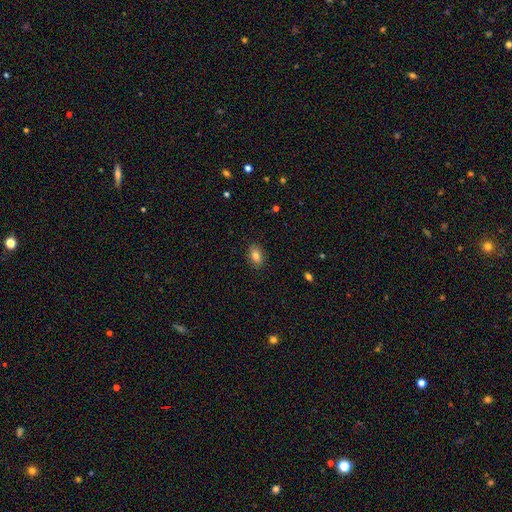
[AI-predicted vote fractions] Smooth or featured? Predicted: smooth (p=0.83). How rounded? Predicted: in between (p=0.86). Merging? Predicted: none (p=0.88).